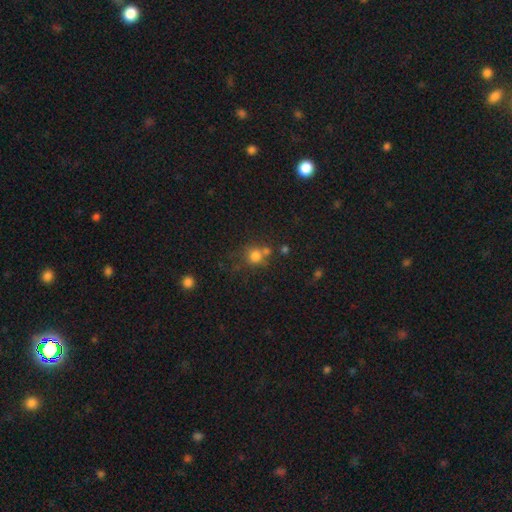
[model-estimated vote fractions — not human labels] This appears to be a smooth galaxy with no disk features (75%) that is round (84%). Merging: none (54%).